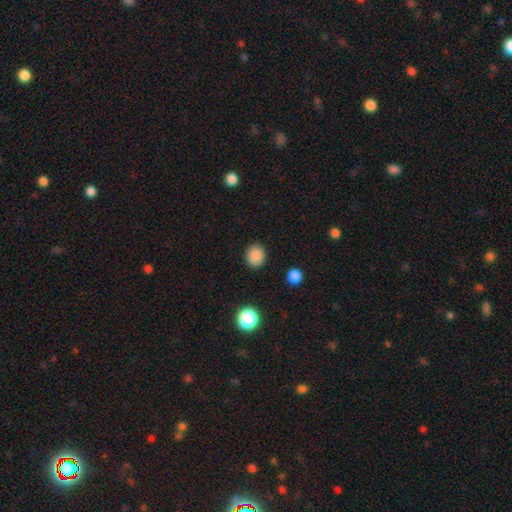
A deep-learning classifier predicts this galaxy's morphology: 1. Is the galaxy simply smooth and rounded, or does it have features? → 87% smooth, 10% star or artifact, 3% featured or disk.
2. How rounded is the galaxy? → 66% round, 33% in between, 1% cigar-shaped.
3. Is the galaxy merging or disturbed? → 89% none, 7% minor disturbance, 2% major disturbance, 1% merger.